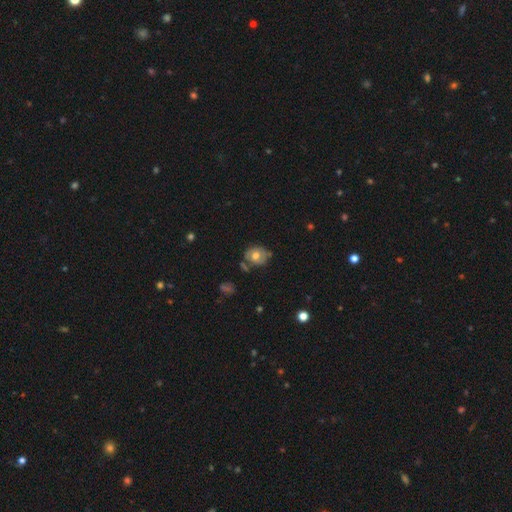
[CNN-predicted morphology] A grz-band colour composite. It shows a smooth galaxy with no disk features (51%) that is round (58%). Merging: none (60%).